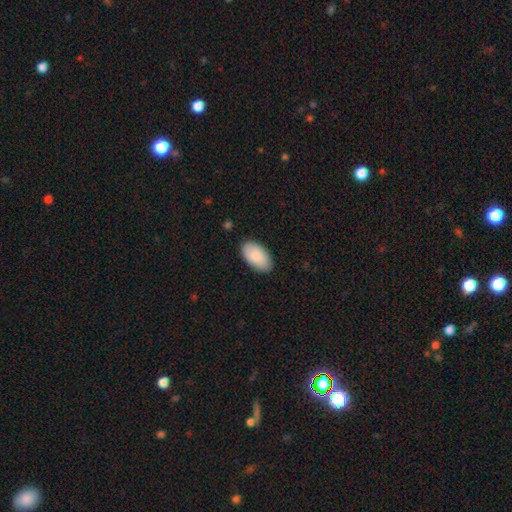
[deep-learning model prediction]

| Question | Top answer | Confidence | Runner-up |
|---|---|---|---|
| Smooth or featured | smooth | 88% | featured or disk (6%) |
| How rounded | in between | 96% | round (3%) |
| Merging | none | 86% | minor disturbance (11%) |